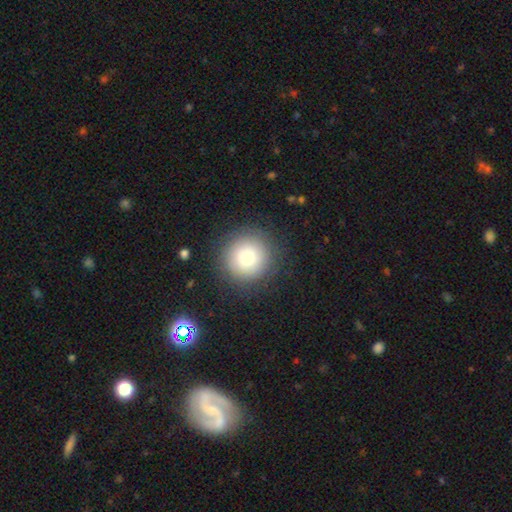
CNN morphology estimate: smooth 80%, star or artifact 11%, featured or disk 9%. Down the decision tree: how rounded — round (94%); merging — none (88%).